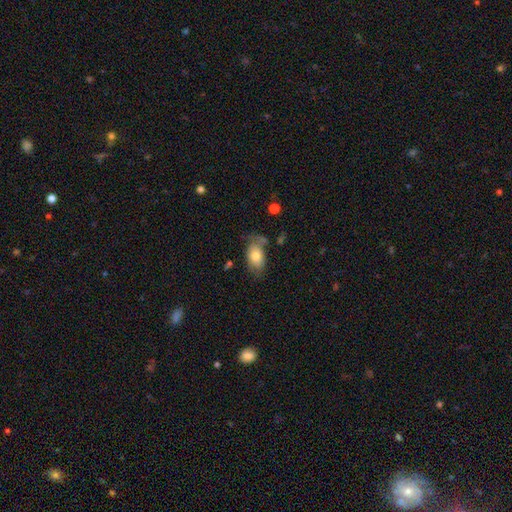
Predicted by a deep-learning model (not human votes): smooth 75%, featured or disk 18%, star or artifact 7%. Down the decision tree: how rounded — in between (90%); merging — none (54%).